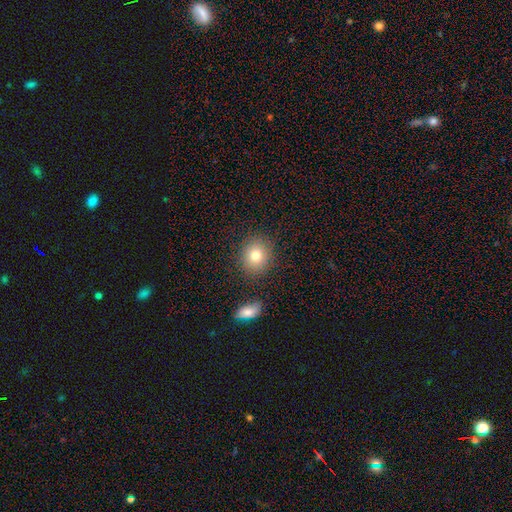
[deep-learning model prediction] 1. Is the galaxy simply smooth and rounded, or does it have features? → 79% smooth, 10% star or artifact, 10% featured or disk.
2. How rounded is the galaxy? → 71% round, 28% in between, 1% cigar-shaped.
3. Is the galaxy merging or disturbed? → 83% none, 10% minor disturbance, 4% merger, 3% major disturbance.